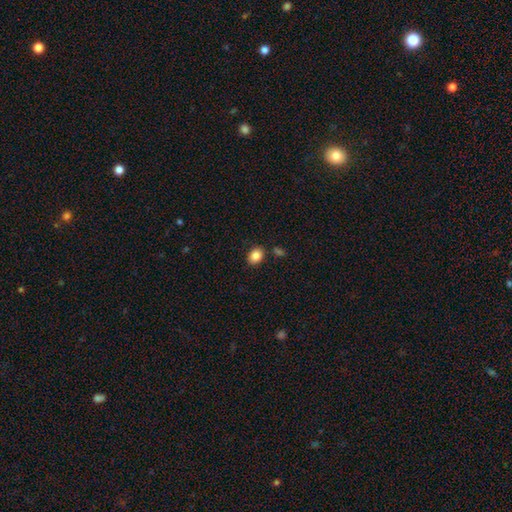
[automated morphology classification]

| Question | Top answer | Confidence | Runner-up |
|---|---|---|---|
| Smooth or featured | smooth | 86% | star or artifact (9%) |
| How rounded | in between | 59% | round (40%) |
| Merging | none | 84% | minor disturbance (9%) |